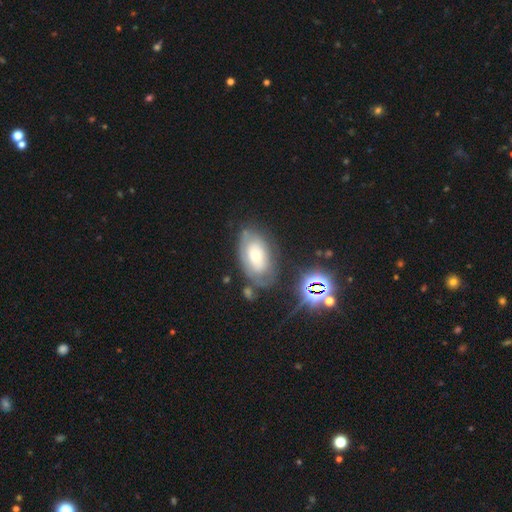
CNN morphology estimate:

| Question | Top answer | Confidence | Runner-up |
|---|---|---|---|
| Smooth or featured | featured or disk | 52% | smooth (38%) |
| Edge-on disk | no | 92% | yes (8%) |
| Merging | none | 61% | minor disturbance (23%) |